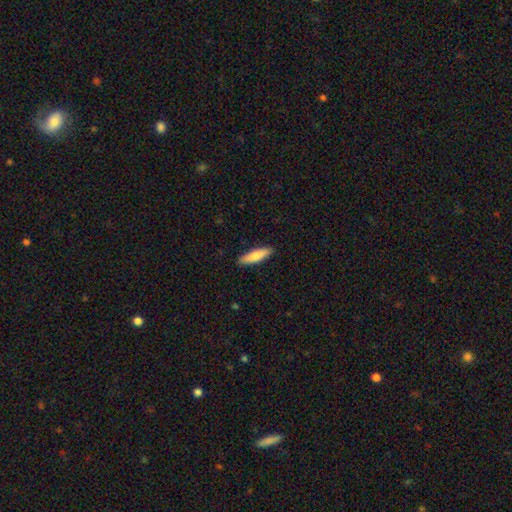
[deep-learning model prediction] Overall: smooth (79%). How rounded: cigar-shaped (67%; in between 31%). Merging: none (90%).